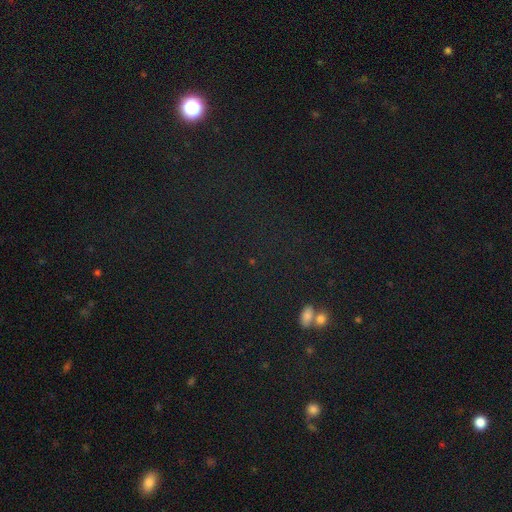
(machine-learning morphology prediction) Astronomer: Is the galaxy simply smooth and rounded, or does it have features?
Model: star or artifact — 72%.